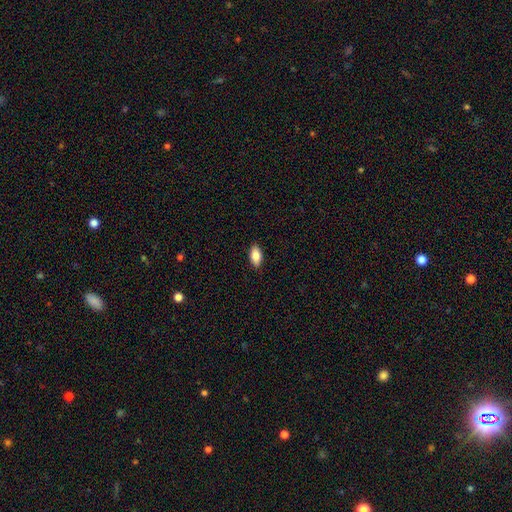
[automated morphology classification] A smooth galaxy with no disk features (84%) that is in between round and cigar-shaped (90%). Merging: none (88%).